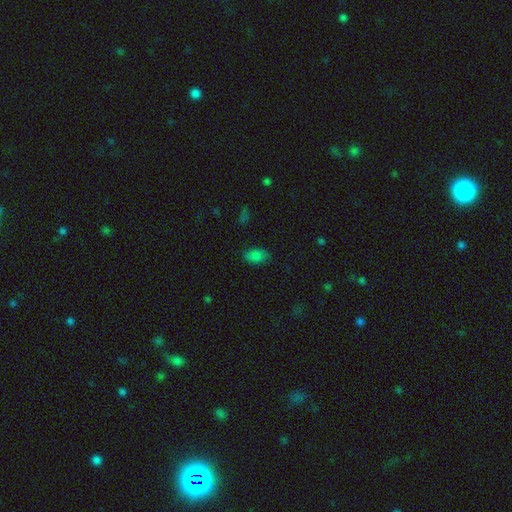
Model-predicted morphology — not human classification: A smooth galaxy with no disk features (81%) that is in between round and cigar-shaped (91%).

Vote fractions:
- Smooth or featured? smooth: 81% / star or artifact: 11% / featured or disk: 7%
- How rounded? in between: 91% / round: 7% / cigar-shaped: 2%
- Merging? none: 79% / minor disturbance: 16% / major disturbance: 4% / merger: 1%